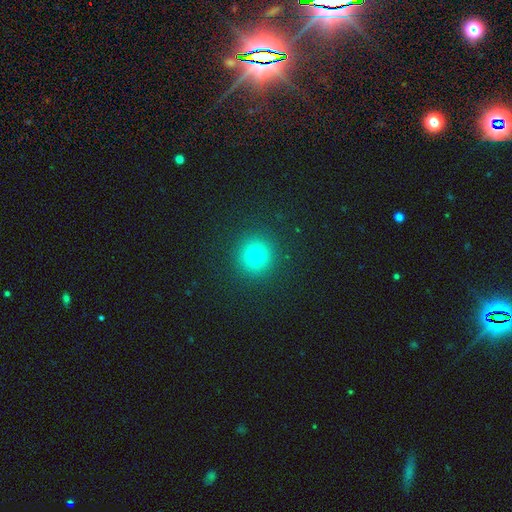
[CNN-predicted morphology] Smooth or featured?
  - smooth: 75% *
  - star or artifact: 17%
  - featured or disk: 8%
How rounded?
  - round: 94% *
  - in between: 5%
  - cigar-shaped: 1%
Merging?
  - none: 91% *
  - minor disturbance: 5%
  - major disturbance: 2%
  - merger: 1%